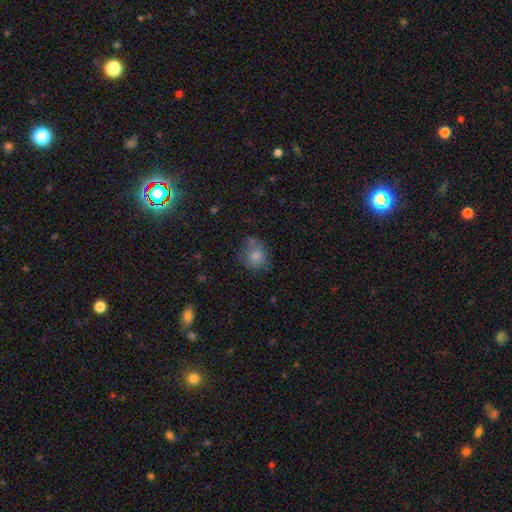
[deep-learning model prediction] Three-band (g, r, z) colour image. It shows a smooth galaxy with no disk features (74%) that is round (61%). Merging: none (50%).